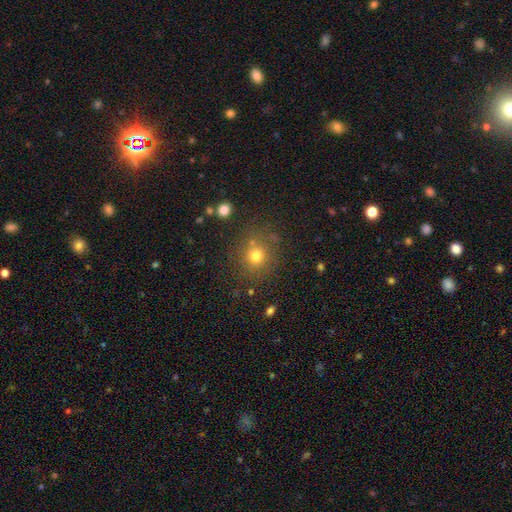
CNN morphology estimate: A smooth galaxy with no disk features (74%) that is round (87%). Merging: none (79%).